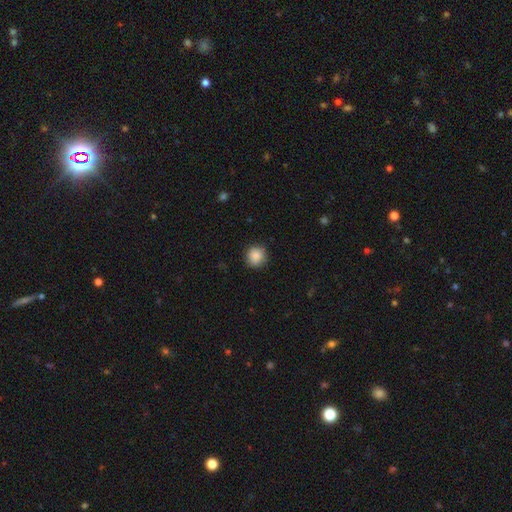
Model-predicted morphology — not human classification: smooth_or_featured: smooth (p=0.88) [alt: star or artifact p=0.09]
how_rounded: round (p=0.92) [alt: in between p=0.07]
merging: none (p=0.87) [alt: minor disturbance p=0.10]